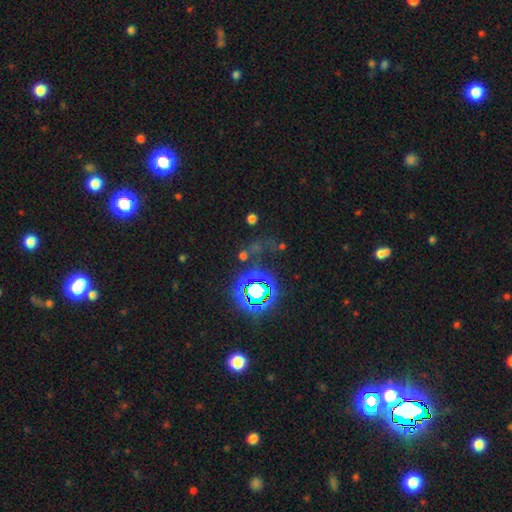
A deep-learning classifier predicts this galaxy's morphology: This appears to be a star or artifact, not a galaxy (73%).